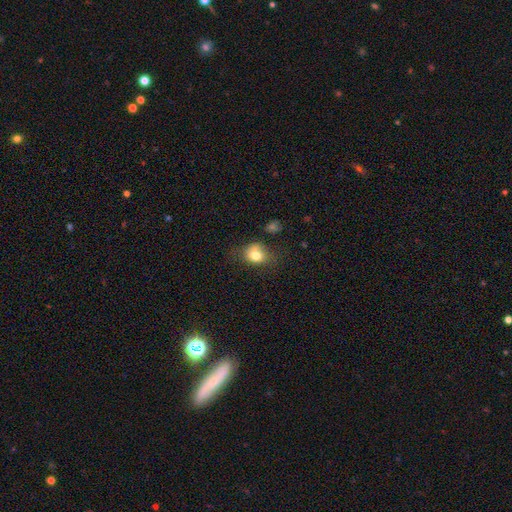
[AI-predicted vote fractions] A smooth galaxy with no disk features (77%) that is round (52%). Merging: none (53%).